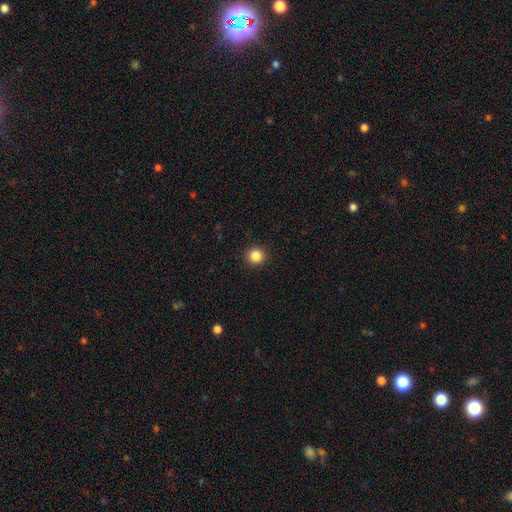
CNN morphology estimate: type=smooth (86%); roundness=round (94%); merging=none (92%).